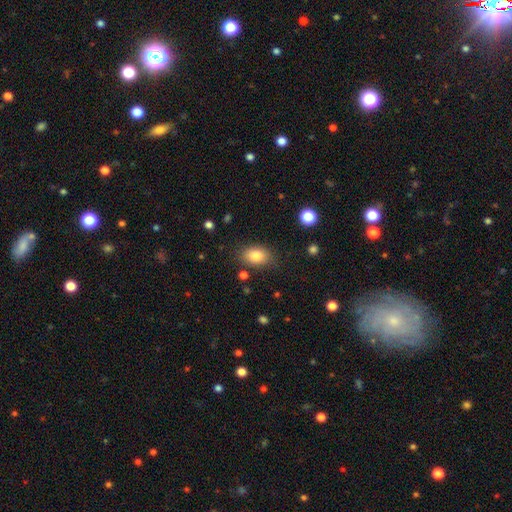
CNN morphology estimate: A smooth galaxy with no disk features (83%) that is in between round and cigar-shaped (84%).

Vote fractions:
- Smooth or featured? smooth: 83% / star or artifact: 9% / featured or disk: 8%
- How rounded? in between: 84% / round: 15% / cigar-shaped: 2%
- Merging? none: 80% / minor disturbance: 13% / major disturbance: 4% / merger: 2%